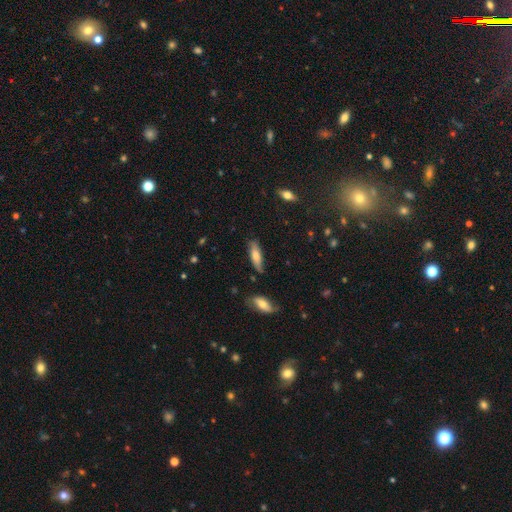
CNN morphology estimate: type=smooth (67%); roundness=cigar-shaped (54%); merging=none (75%).